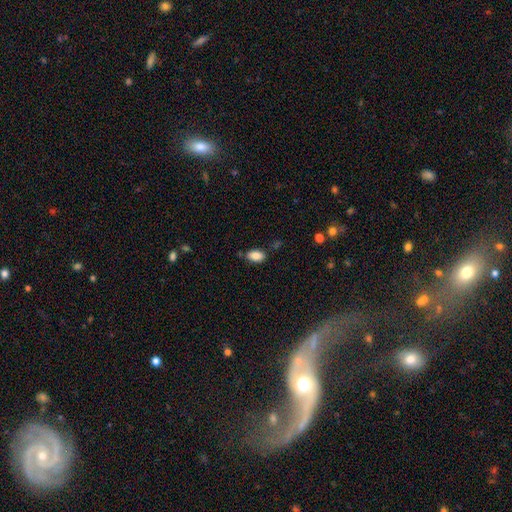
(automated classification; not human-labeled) Overall: smooth (86%). How rounded: in between (92%). Merging: none (78%).